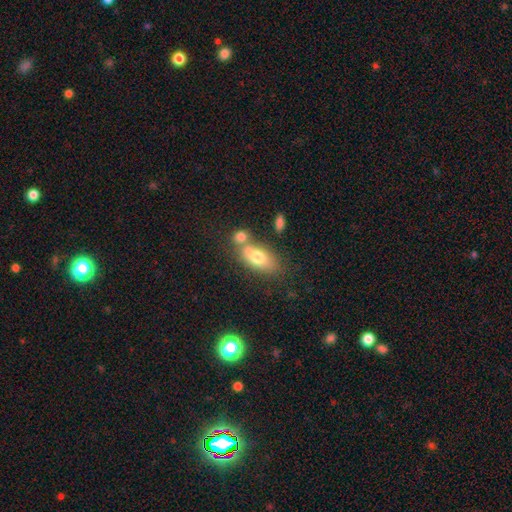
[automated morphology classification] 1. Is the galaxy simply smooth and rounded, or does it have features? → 70% smooth, 21% featured or disk, 9% star or artifact.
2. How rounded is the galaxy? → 83% in between, 9% round, 7% cigar-shaped.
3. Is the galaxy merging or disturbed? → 45% none, 37% merger, 13% minor disturbance, 5% major disturbance.